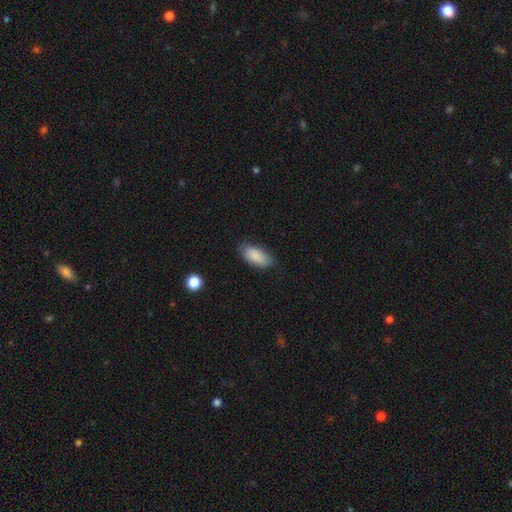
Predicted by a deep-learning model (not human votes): smooth_or_featured: smooth (p=0.87) [alt: featured or disk p=0.07]
how_rounded: in between (p=0.91) [alt: cigar-shaped p=0.07]
merging: none (p=0.76) [alt: minor disturbance p=0.20]